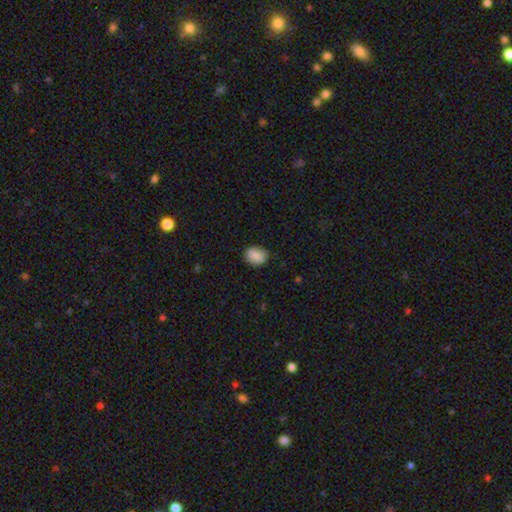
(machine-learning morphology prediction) smooth-or-featured: smooth: 86% | star or artifact: 8% | featured or disk: 6%
  how-rounded: in between: 57% | round: 42% | cigar-shaped: 1%
  merging: none: 80% | minor disturbance: 16% | major disturbance: 3% | merger: 1%